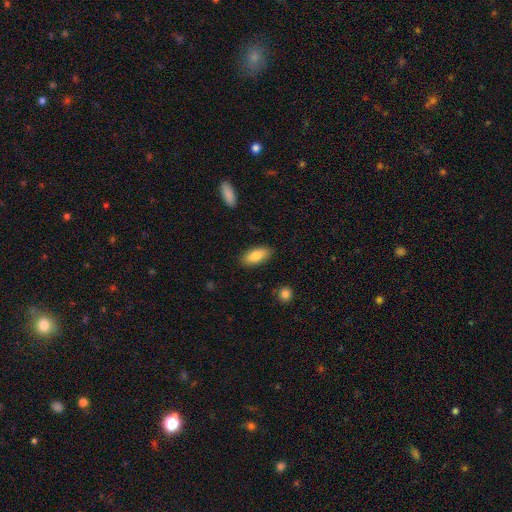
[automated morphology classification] The model was most divided on "smooth or featured": smooth: 83%, featured or disk: 11%, star or artifact: 6%. More confident: how rounded — in between (87%); merging — none (86%).